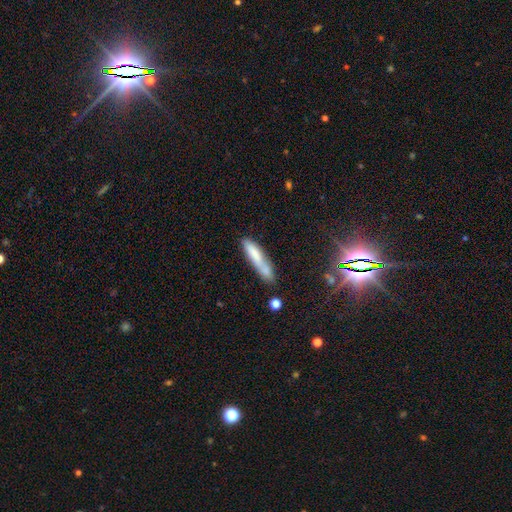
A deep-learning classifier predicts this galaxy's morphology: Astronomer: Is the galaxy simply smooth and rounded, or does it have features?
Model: smooth — 69%.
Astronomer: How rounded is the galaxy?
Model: cigar-shaped — 84%.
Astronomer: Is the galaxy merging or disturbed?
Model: none — 51%.